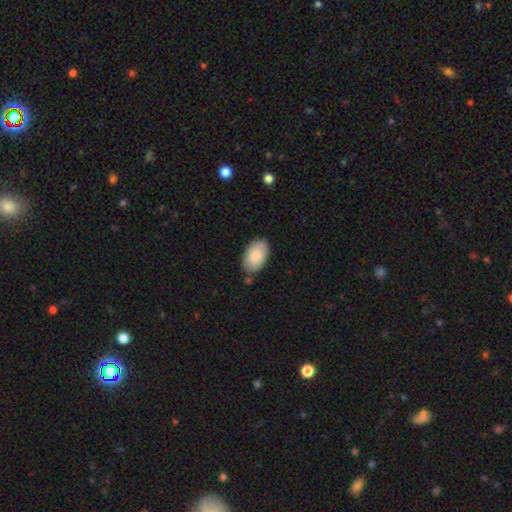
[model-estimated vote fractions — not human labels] smooth_or_featured: smooth (p=0.85) [alt: featured or disk p=0.09]
how_rounded: in between (p=0.94) [alt: round p=0.05]
merging: none (p=0.79) [alt: minor disturbance p=0.15]